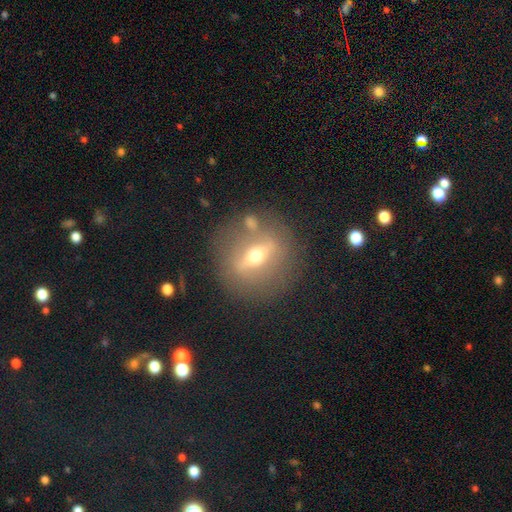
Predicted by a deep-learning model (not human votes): A featured or disk galaxy (68%).

Vote fractions:
- Smooth or featured? featured or disk: 68% / smooth: 22% / star or artifact: 10%
- Edge-on disk? no: 51% / yes: 49%
- Merging? none: 80% / minor disturbance: 10% / major disturbance: 5% / merger: 4%